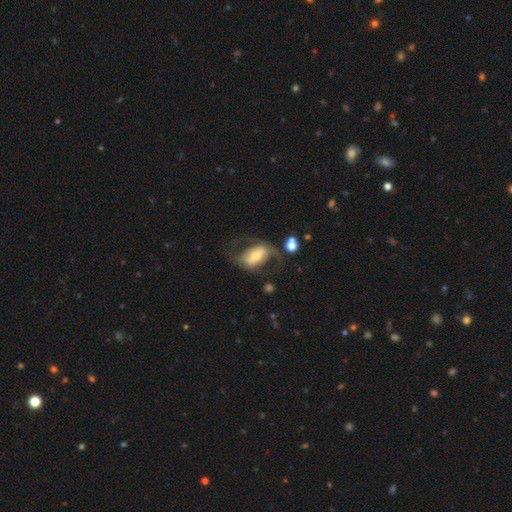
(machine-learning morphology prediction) featured or disk 61%, smooth 33%, star or artifact 7%. Down the decision tree: edge-on disk — no (93%); bar — strong (40%); spiral arms — yes (71%); bulge size — moderate (56%); merging — none (51%).